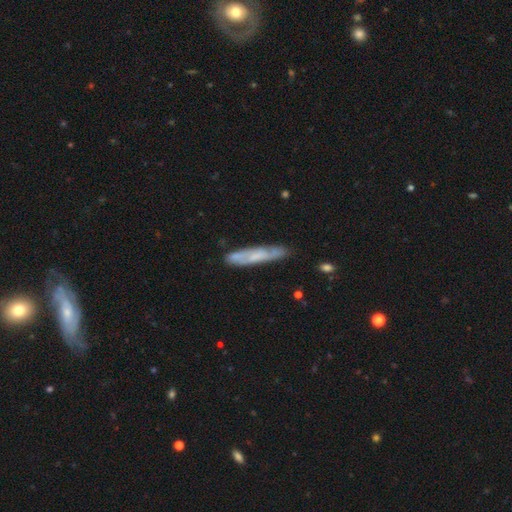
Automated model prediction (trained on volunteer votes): Smooth or featured? featured or disk (49%)
Merging? none (76%)